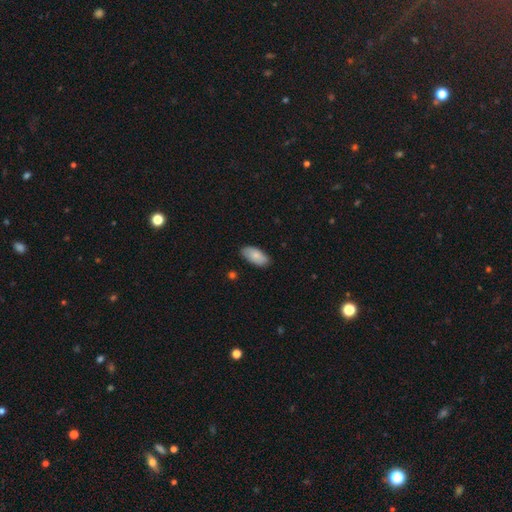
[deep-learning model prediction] Q: Smooth or featured?
A: smooth (84%); runner-up: featured or disk (10%)
Q: How rounded?
A: in between (94%); runner-up: cigar-shaped (4%)
Q: Merging?
A: none (84%); runner-up: minor disturbance (13%)